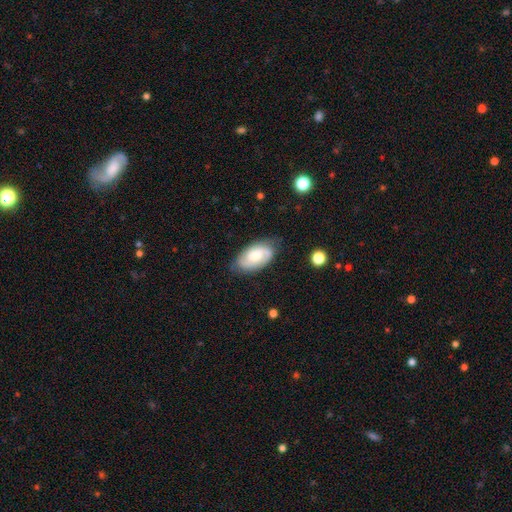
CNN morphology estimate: featured or disk 63%, smooth 31%, star or artifact 6%. Down the decision tree: edge-on disk — no (95%); bar — no (58%); spiral arms — yes (91%); spiral arm count — 2 (74%); spiral winding — medium (43%); bulge size — moderate (54%); merging — none (72%).